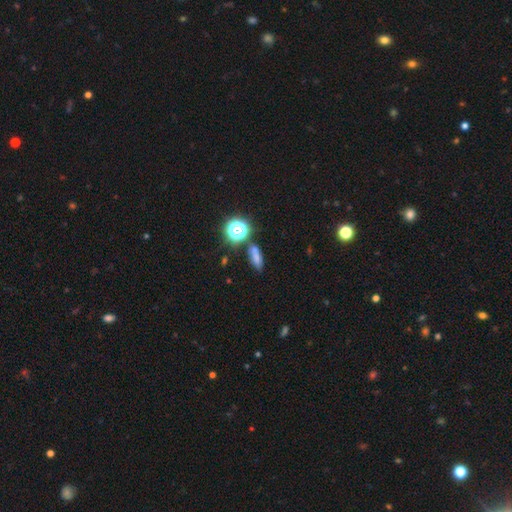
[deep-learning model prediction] smooth 67%, star or artifact 22%, featured or disk 11%. Down the decision tree: how rounded — in between (52%); merging — none (68%).